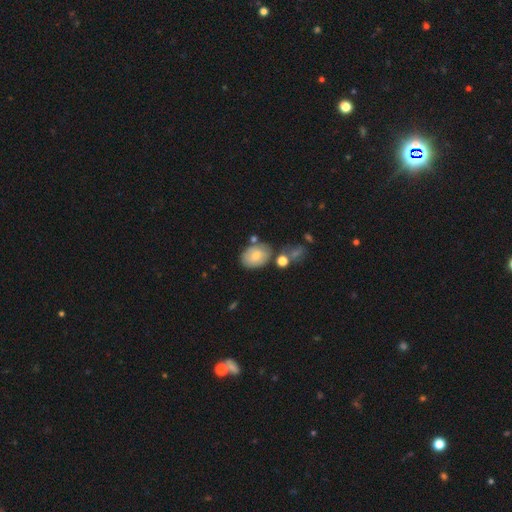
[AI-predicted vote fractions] Smooth or featured? smooth (72%)
How rounded? in between (75%)
Merging? none (65%)